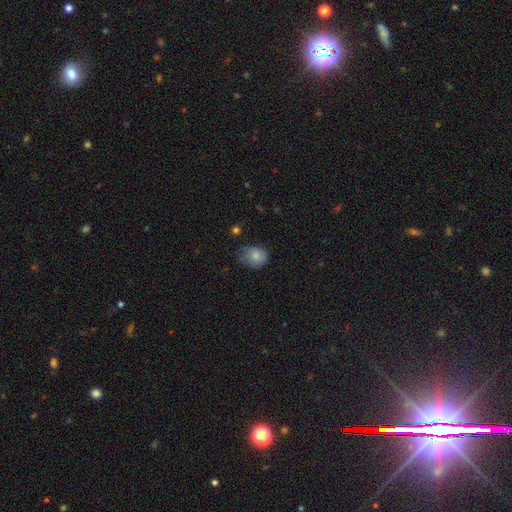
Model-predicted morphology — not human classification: Smooth or featured? Predicted: smooth (p=0.81). How rounded? Predicted: round (p=0.53). Merging? Predicted: none (p=0.55).